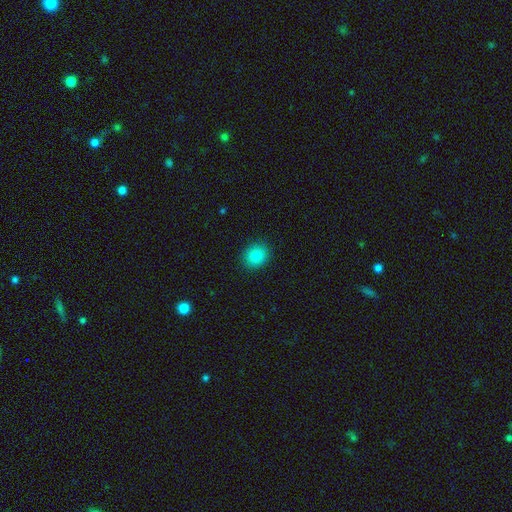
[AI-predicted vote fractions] Smooth or featured? smooth (84%)
How rounded? round (69%)
Merging? none (90%)